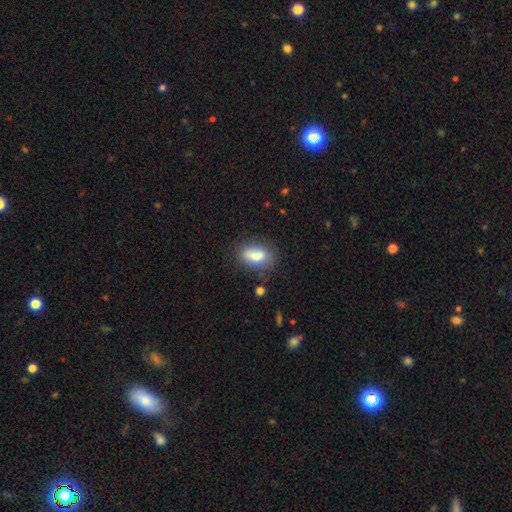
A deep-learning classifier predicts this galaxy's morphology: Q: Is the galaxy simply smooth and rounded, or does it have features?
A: smooth — 81%.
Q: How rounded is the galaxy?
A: in between — 86%.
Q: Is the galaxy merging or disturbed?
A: none — 69%.